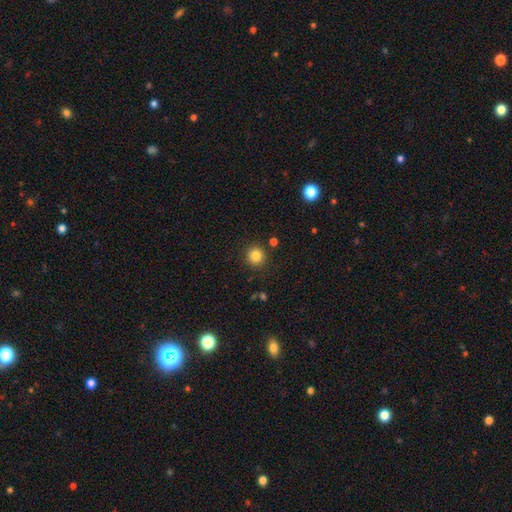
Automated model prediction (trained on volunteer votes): Smooth or featured?
  - smooth: 83% *
  - star or artifact: 12%
  - featured or disk: 5%
How rounded?
  - round: 94% *
  - in between: 5%
  - cigar-shaped: 1%
Merging?
  - none: 89% *
  - minor disturbance: 6%
  - merger: 2%
  - major disturbance: 2%